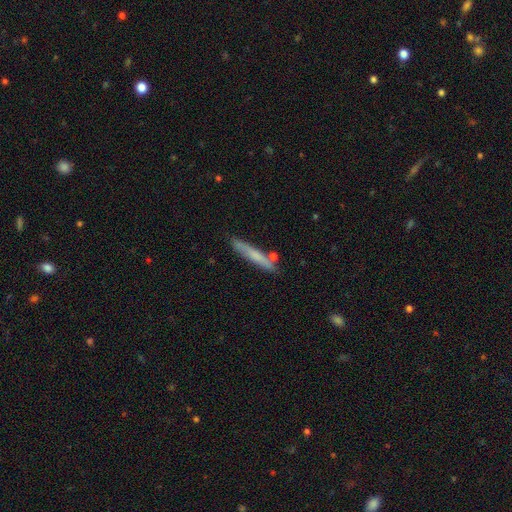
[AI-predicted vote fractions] smooth_or_featured: smooth (p=0.60) [alt: featured or disk p=0.34]
how_rounded: cigar-shaped (p=0.94) [alt: in between p=0.04]
merging: none (p=0.81) [alt: minor disturbance p=0.12]